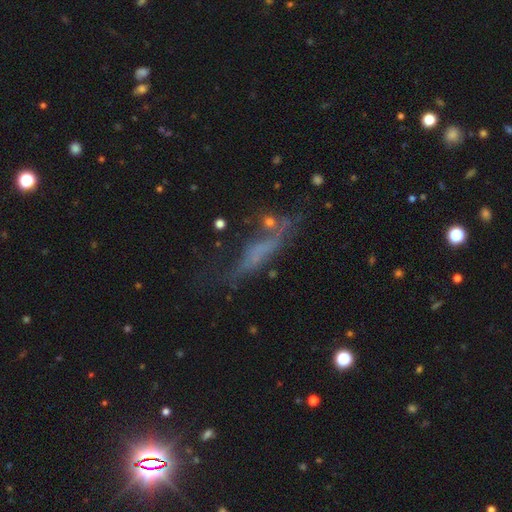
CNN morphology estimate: Smooth or featured? featured or disk (44%)
Merging? none (43%)